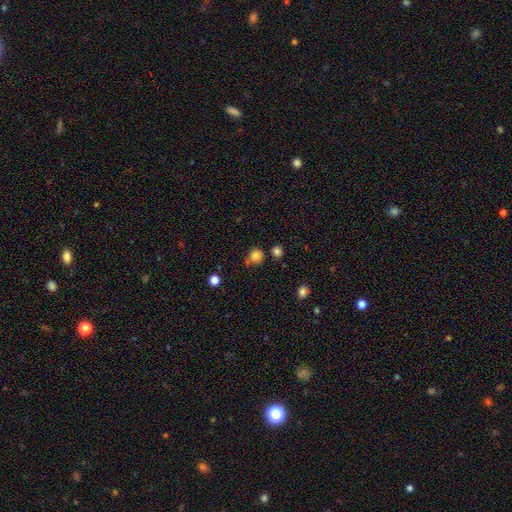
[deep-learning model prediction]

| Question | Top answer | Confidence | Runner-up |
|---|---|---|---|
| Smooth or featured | smooth | 81% | star or artifact (13%) |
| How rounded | round | 90% | in between (9%) |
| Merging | none | 68% | minor disturbance (16%) |